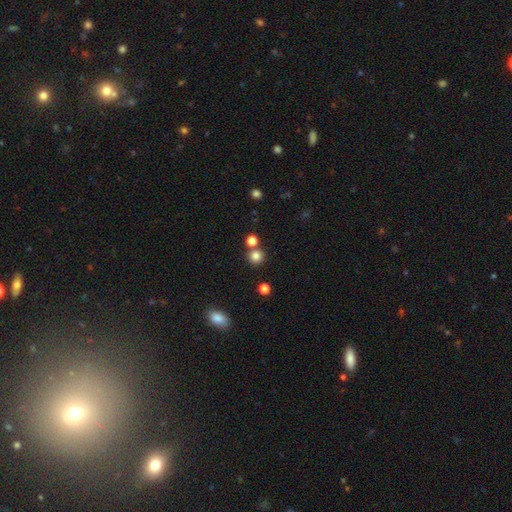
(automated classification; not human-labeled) The model was most divided on "merging": none: 75%, merger: 16%, minor disturbance: 7%, major disturbance: 3%. More confident: how rounded — round (92%); smooth or featured — smooth (81%).